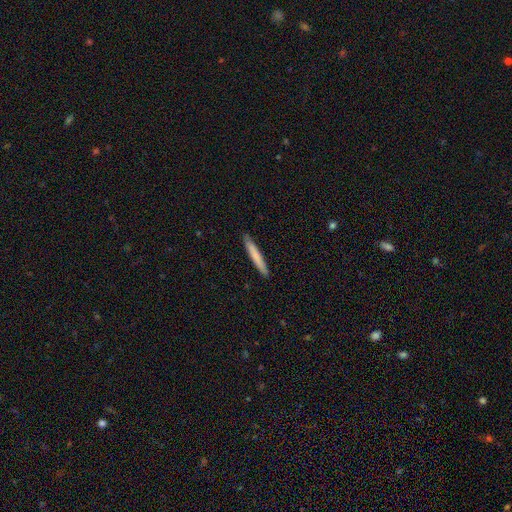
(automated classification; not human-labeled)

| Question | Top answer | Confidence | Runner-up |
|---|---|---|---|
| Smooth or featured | smooth | 72% | featured or disk (23%) |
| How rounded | cigar-shaped | 95% | in between (3%) |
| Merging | none | 91% | minor disturbance (7%) |